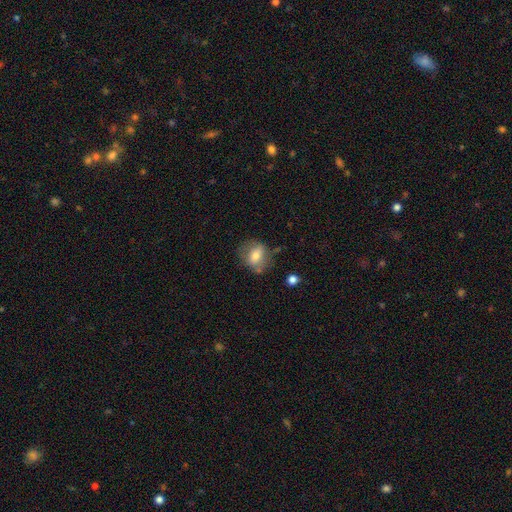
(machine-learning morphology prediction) Overall: smooth (65%; featured or disk 26%). How rounded: round (50%; in between 48%). Merging: none (65%).